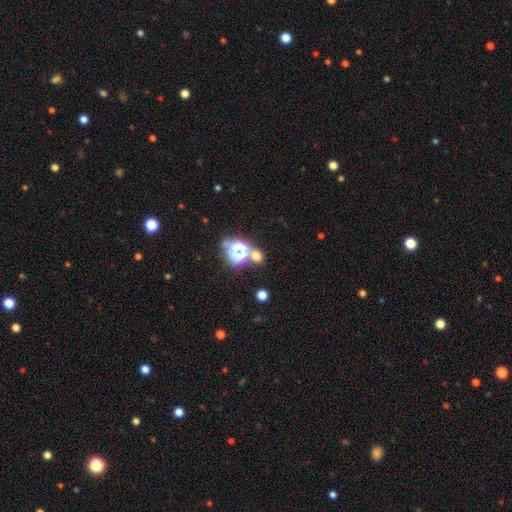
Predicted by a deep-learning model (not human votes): A smooth galaxy with no disk features (59%) that is round (78%). Merging: none (68%).